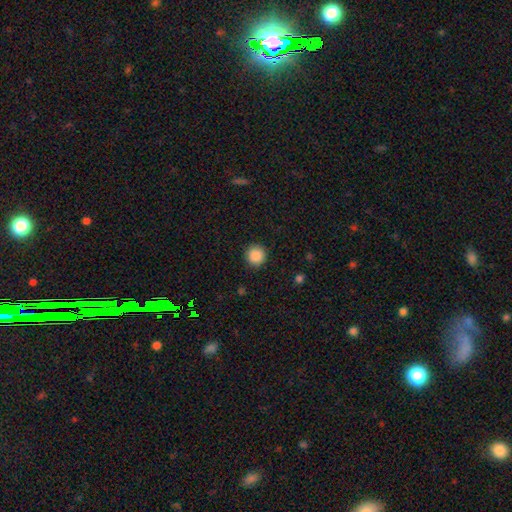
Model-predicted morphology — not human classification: smooth-or-featured: smooth: 88% | star or artifact: 9% | featured or disk: 3%
  how-rounded: round: 94% | in between: 5% | cigar-shaped: 1%
  merging: none: 91% | minor disturbance: 6% | major disturbance: 2% | merger: 1%